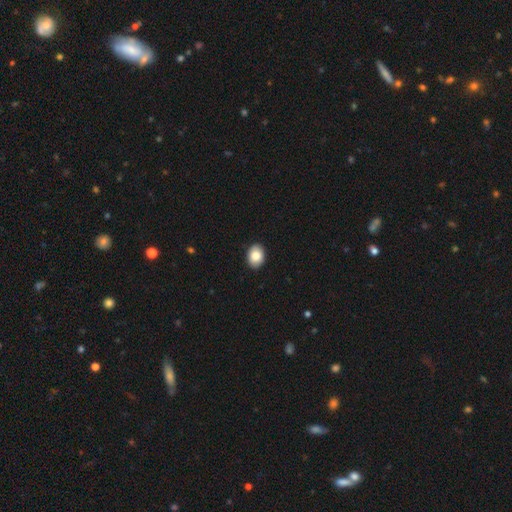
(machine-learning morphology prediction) Q: Smooth or featured?
A: smooth (85%); runner-up: featured or disk (8%)
Q: How rounded?
A: in between (75%); runner-up: round (24%)
Q: Merging?
A: none (91%); runner-up: minor disturbance (7%)